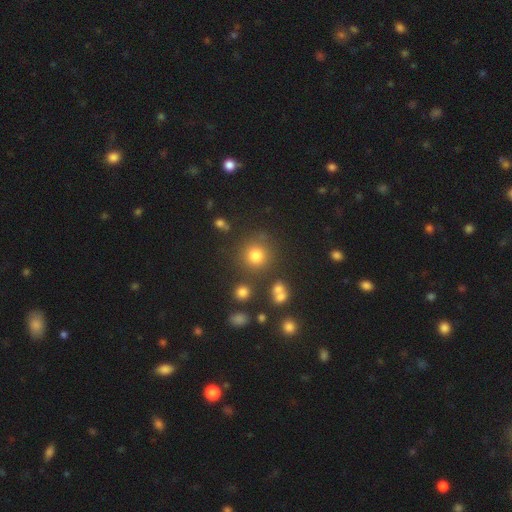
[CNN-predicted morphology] This is likely a smooth galaxy (77%). How rounded: clearly round (92%). Merging: likely none (79%).